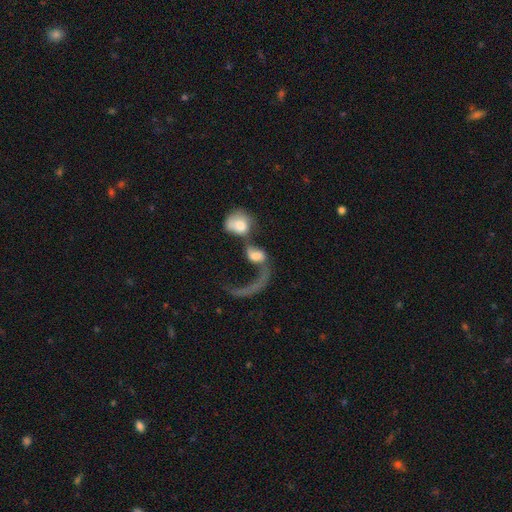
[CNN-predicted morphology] Smooth or featured: featured or disk — 53% (smooth — 38%)
Edge-on disk: no — 94% (yes — 6%)
Merging: merger — 63% (major disturbance — 21%)